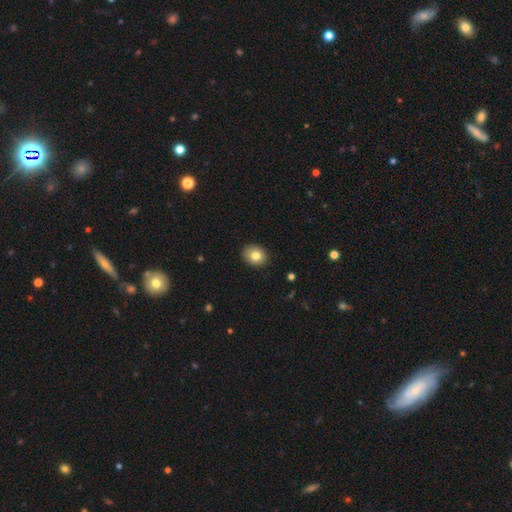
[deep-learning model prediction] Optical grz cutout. It shows a smooth galaxy with no disk features (80%) that is round (53%). Merging: none (87%).